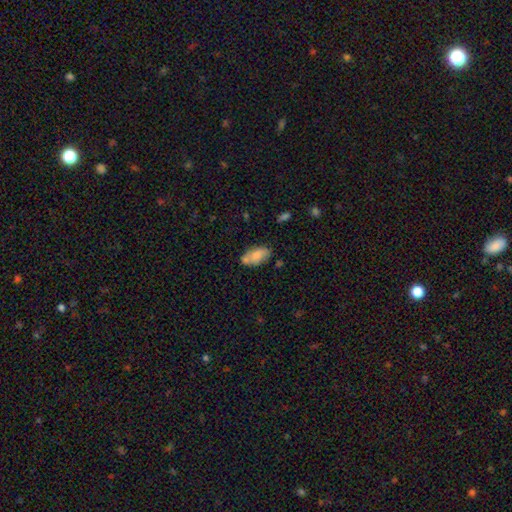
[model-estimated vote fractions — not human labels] Smooth or featured?
  - smooth: 75% *
  - featured or disk: 17%
  - star or artifact: 8%
How rounded?
  - in between: 92% *
  - round: 4%
  - cigar-shaped: 4%
Merging?
  - none: 53% *
  - minor disturbance: 21%
  - merger: 20%
  - major disturbance: 6%